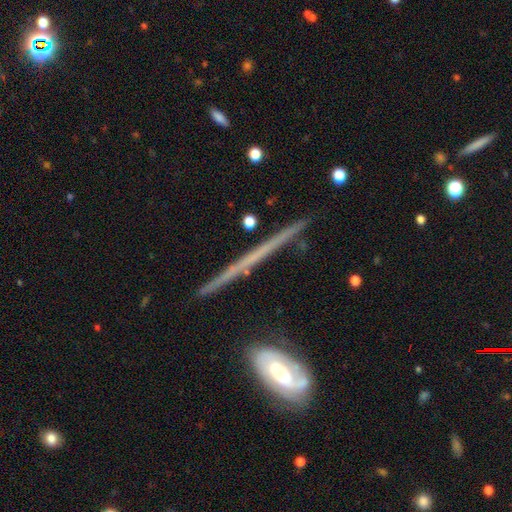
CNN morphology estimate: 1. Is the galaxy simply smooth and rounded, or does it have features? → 68% featured or disk, 23% smooth, 9% star or artifact.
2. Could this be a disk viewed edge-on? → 96% yes, 4% no.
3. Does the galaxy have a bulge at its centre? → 80% none, 14% rounded, 6% boxy.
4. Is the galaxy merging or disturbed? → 86% none, 9% minor disturbance, 2% merger, 2% major disturbance.